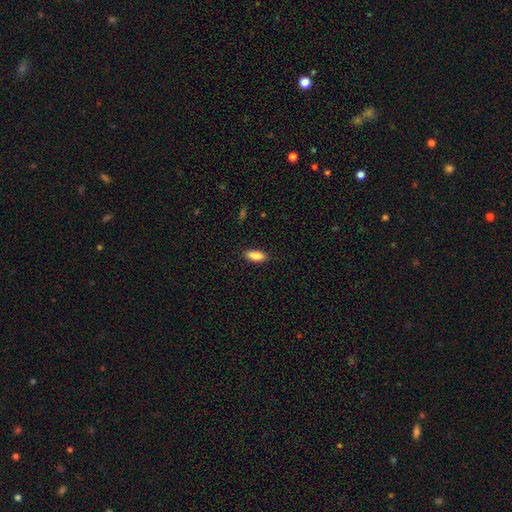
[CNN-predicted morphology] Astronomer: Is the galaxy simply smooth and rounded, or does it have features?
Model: smooth — 87%.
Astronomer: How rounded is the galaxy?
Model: in between — 84%.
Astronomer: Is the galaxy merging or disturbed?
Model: none — 89%.